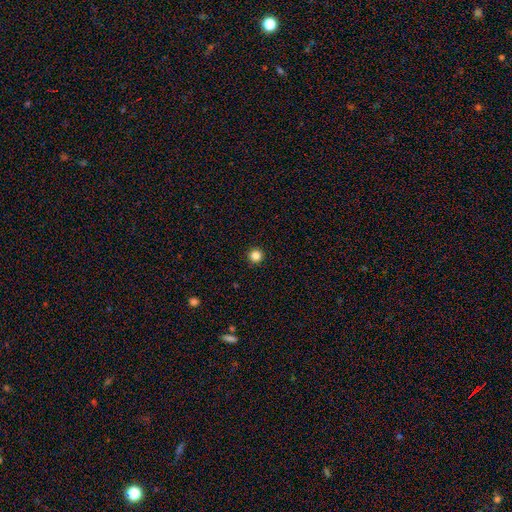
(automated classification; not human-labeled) smooth_or_featured: smooth (p=0.85) [alt: star or artifact p=0.12]
how_rounded: round (p=0.97) [alt: in between p=0.02]
merging: none (p=0.94) [alt: minor disturbance p=0.04]